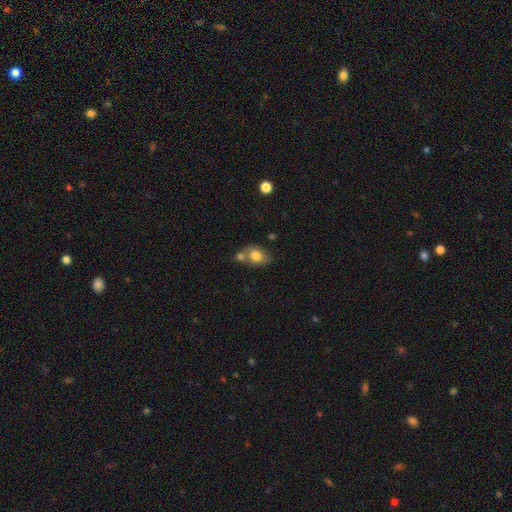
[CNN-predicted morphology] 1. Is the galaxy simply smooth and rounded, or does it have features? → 77% smooth, 15% featured or disk, 8% star or artifact.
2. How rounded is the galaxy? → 65% in between, 34% round, 1% cigar-shaped.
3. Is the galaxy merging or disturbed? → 42% none, 37% merger, 15% minor disturbance, 5% major disturbance.